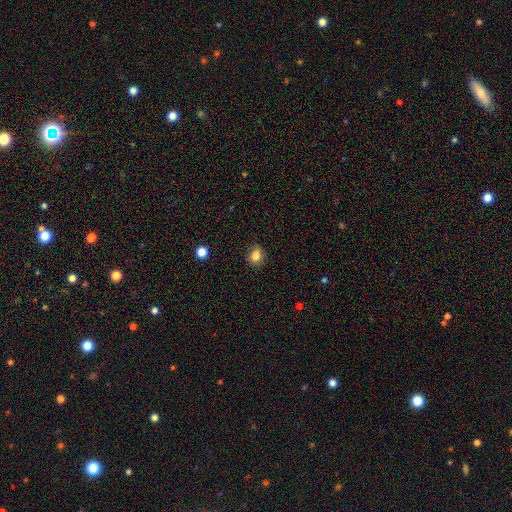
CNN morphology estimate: smooth_or_featured: smooth (p=0.85) [alt: star or artifact p=0.11]
how_rounded: round (p=0.52) [alt: in between p=0.47]
merging: none (p=0.87) [alt: minor disturbance p=0.10]